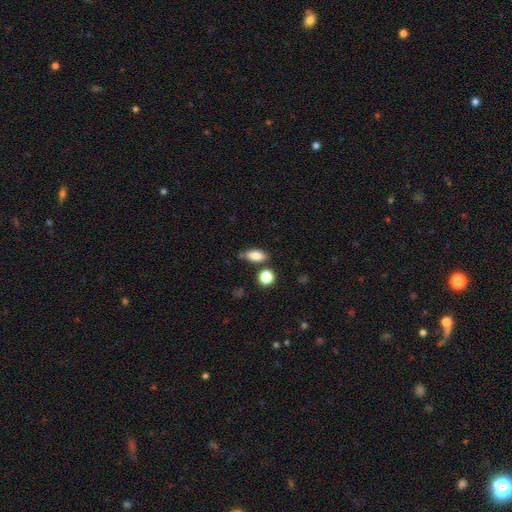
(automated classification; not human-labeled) A smooth galaxy with no disk features (79%) that is in between round and cigar-shaped (82%). Merging: none (70%).